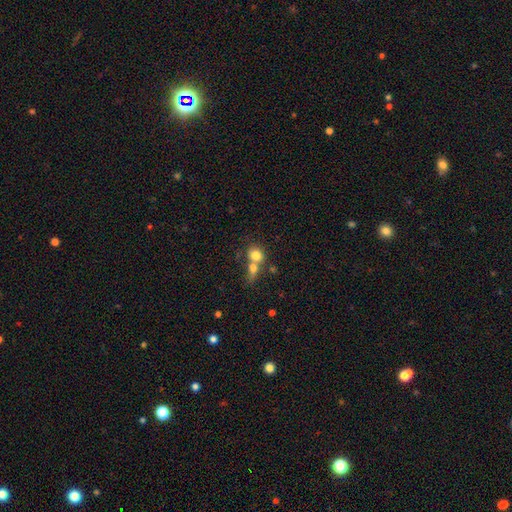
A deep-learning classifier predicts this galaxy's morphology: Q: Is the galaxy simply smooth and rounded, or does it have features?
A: smooth — 78%.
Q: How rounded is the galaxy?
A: round — 63%.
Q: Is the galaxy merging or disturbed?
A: merger — 58%.